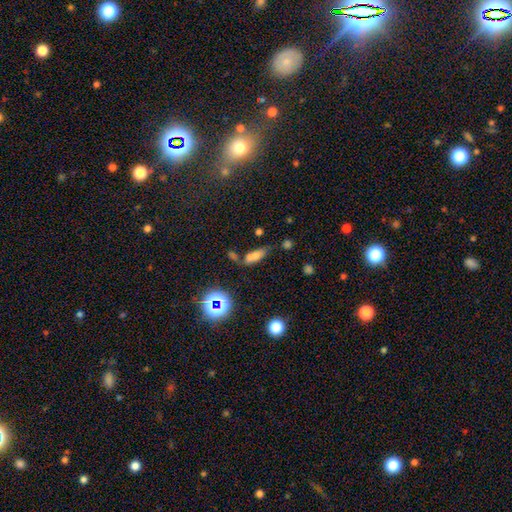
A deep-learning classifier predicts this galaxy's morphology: A smooth galaxy with no disk features (63%) that is in between round and cigar-shaped (63%).

Vote fractions:
- Smooth or featured? smooth: 63% / featured or disk: 19% / star or artifact: 18%
- How rounded? in between: 63% / cigar-shaped: 31% / round: 5%
- Merging? none: 47% / merger: 27% / minor disturbance: 18% / major disturbance: 8%